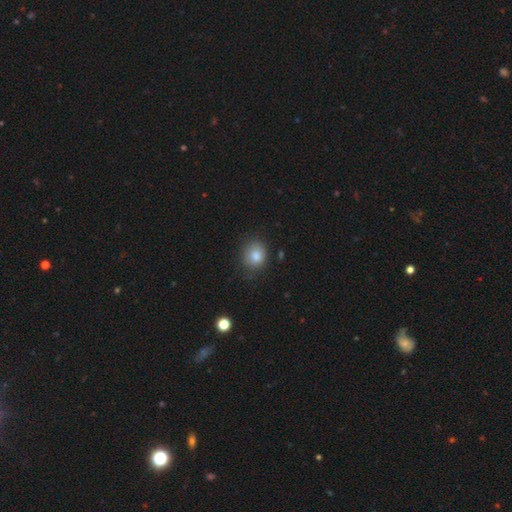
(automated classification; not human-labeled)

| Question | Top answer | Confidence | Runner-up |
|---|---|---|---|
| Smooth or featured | smooth | 82% | star or artifact (10%) |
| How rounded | round | 69% | in between (30%) |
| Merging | none | 76% | minor disturbance (19%) |